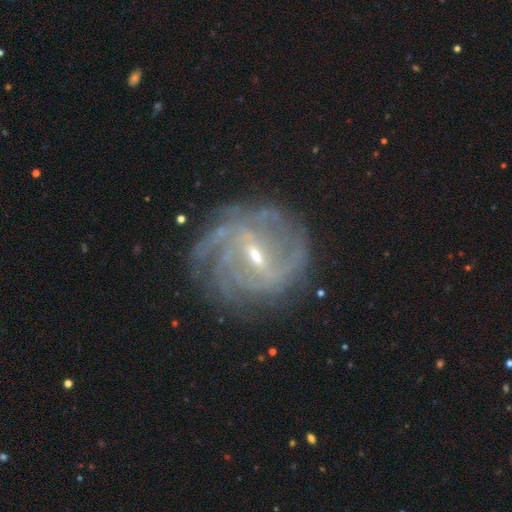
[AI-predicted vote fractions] A featured or disk galaxy (88%) with a weak bar (50%), tight (56%) spiral arms (95%) and a small central bulge (61%). Merging: none (73%).